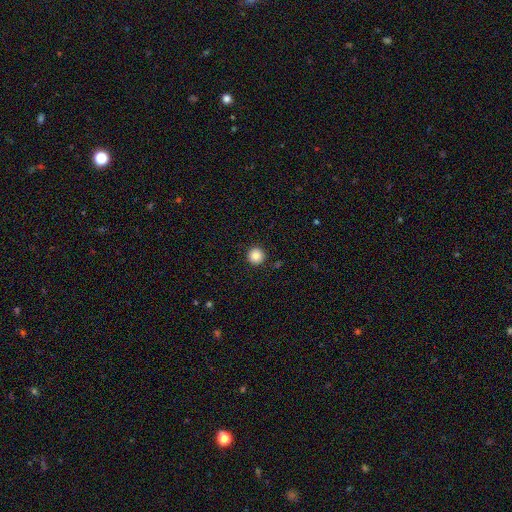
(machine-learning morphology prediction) The model was most divided on "smooth or featured": smooth: 85%, star or artifact: 10%, featured or disk: 5%. More confident: how rounded — round (96%); merging — none (92%).